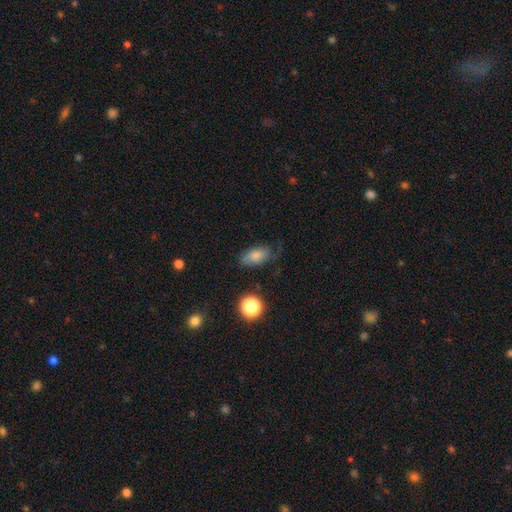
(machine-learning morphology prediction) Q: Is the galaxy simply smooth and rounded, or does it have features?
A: smooth — 73%.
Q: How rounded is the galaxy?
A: in between — 88%.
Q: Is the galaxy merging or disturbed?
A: none — 56%.